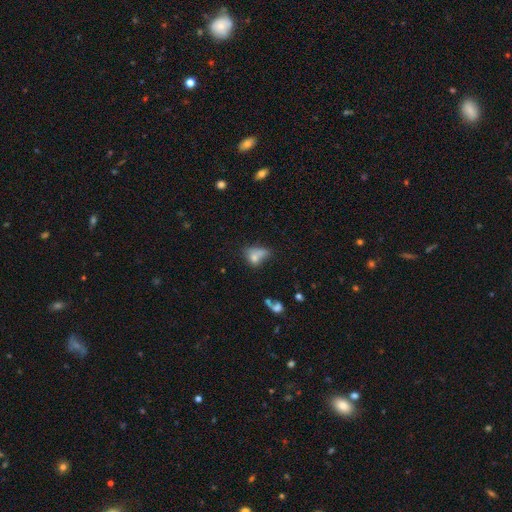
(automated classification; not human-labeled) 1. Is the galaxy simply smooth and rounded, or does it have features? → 69% smooth, 19% featured or disk, 13% star or artifact.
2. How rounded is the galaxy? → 67% in between, 29% round, 4% cigar-shaped.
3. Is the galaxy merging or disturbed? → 34% merger, 27% none, 20% major disturbance, 20% minor disturbance.